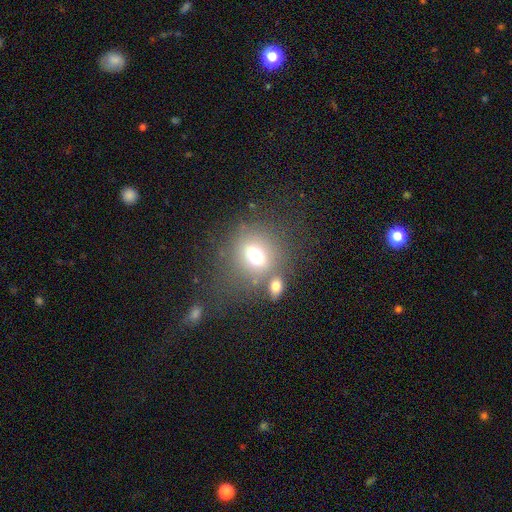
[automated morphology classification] Smooth or featured: smooth — 65% (featured or disk — 19%)
How rounded: round — 50% (in between — 48%)
Merging: none — 54% (merger — 26%)